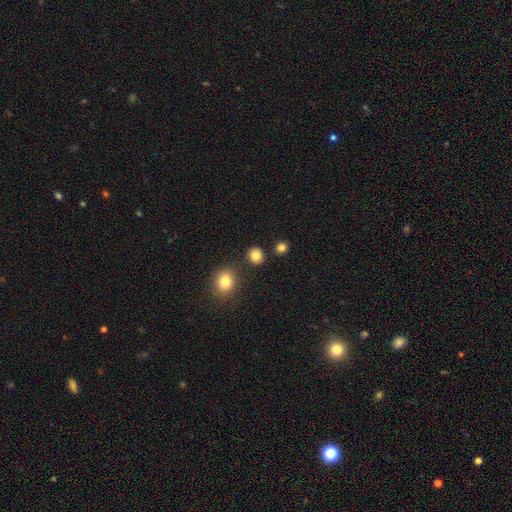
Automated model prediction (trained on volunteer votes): The model was most divided on "how rounded": round: 80%, in between: 19%, cigar-shaped: 1%. More confident: merging — none (85%); smooth or featured — smooth (83%).